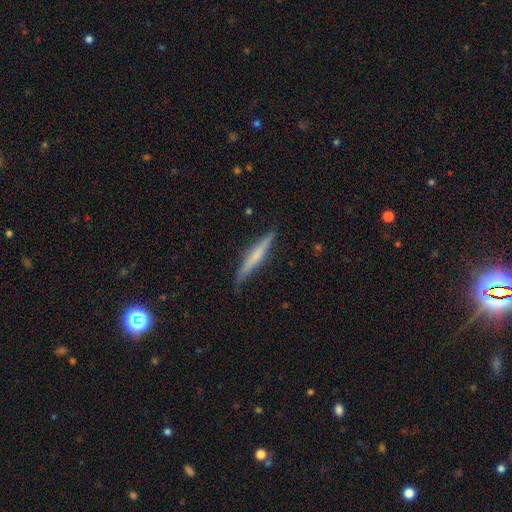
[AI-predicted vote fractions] Smooth or featured? Predicted: smooth (p=0.49). Merging? Predicted: none (p=0.83).